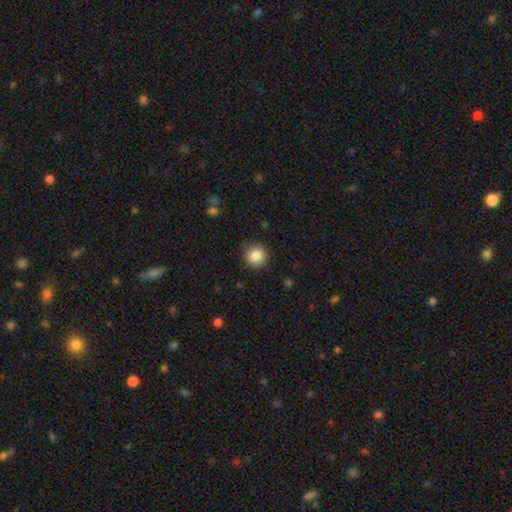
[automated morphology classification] Q: Smooth or featured?
A: smooth (86%); runner-up: star or artifact (10%)
Q: How rounded?
A: round (94%); runner-up: in between (6%)
Q: Merging?
A: none (87%); runner-up: minor disturbance (10%)